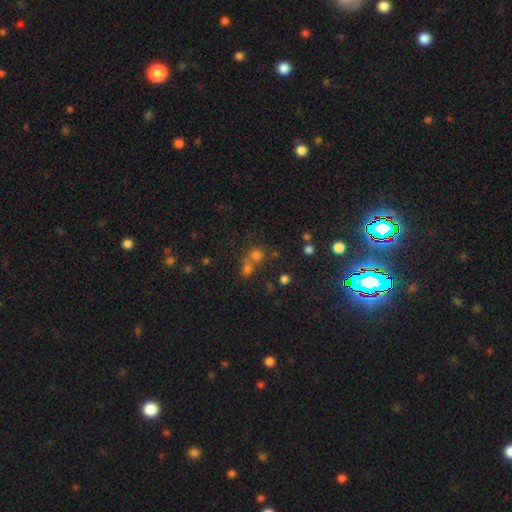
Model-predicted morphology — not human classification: type=smooth (61%); roundness=round (87%); merging=none (46%).